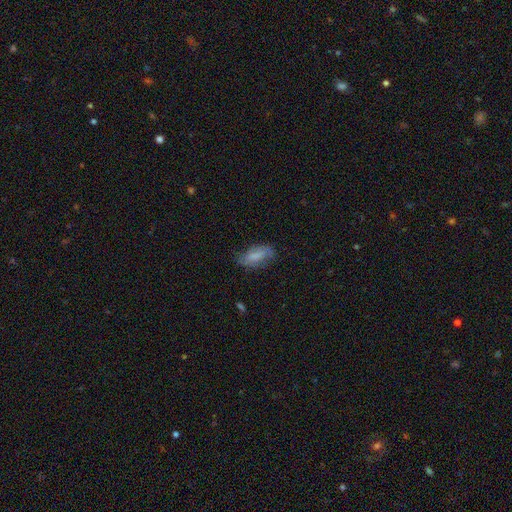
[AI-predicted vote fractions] Overall: smooth (65%; featured or disk 27%). How rounded: in between (87%). Merging: none (67%).